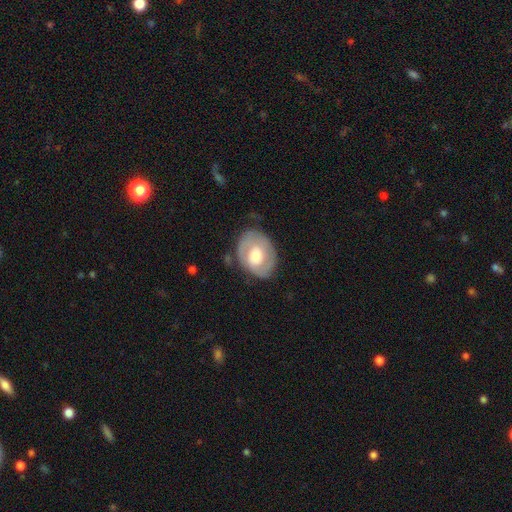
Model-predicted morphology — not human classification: Smooth or featured? featured or disk (57%)
Edge-on disk? no (96%)
Bar? no (64%)
Spiral arms? yes (60%)
Bulge size? moderate (62%)
Merging? none (70%)